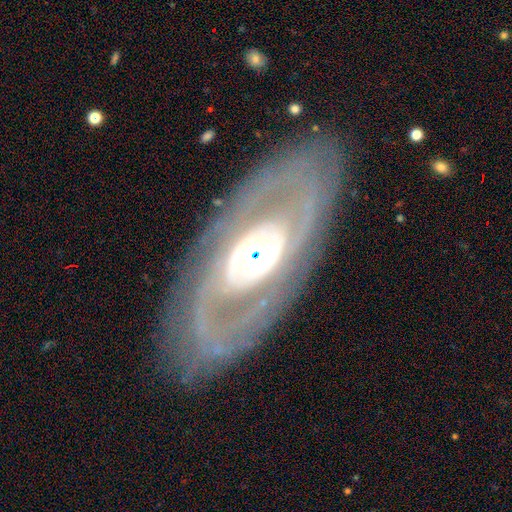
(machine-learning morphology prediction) The model was most divided on "bulge size": moderate: 51%, large: 23%, small: 21%, dominant: 3%, none: 1%. More confident: edge-on disk — no (89%); smooth or featured — featured or disk (82%); merging — none (81%); spiral arms — yes (65%); bar — no (62%).